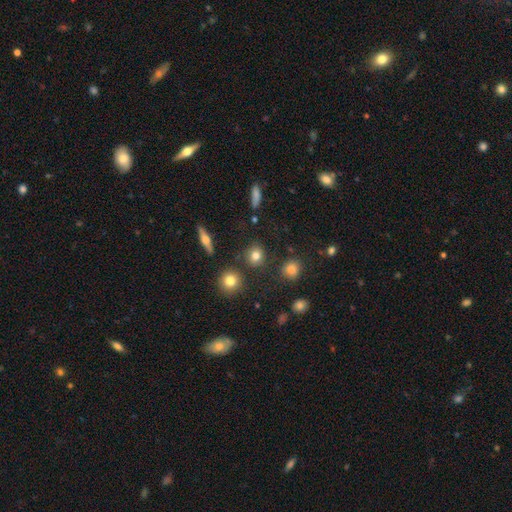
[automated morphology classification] smooth 79%, star or artifact 13%, featured or disk 9%. Down the decision tree: how rounded — round (82%); merging — none (83%).